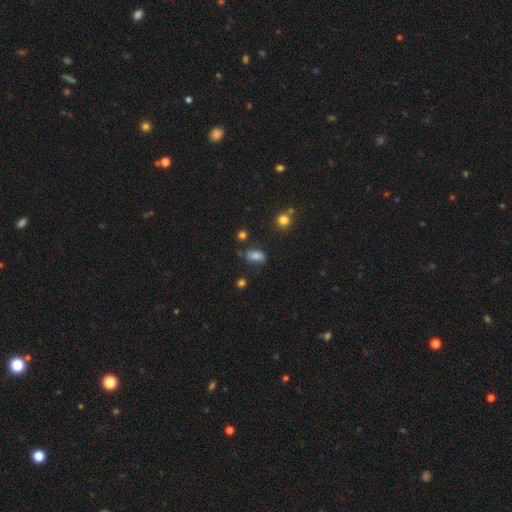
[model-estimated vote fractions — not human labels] A smooth galaxy with no disk features (71%) that is in between round and cigar-shaped (82%). Merging: none (61%).